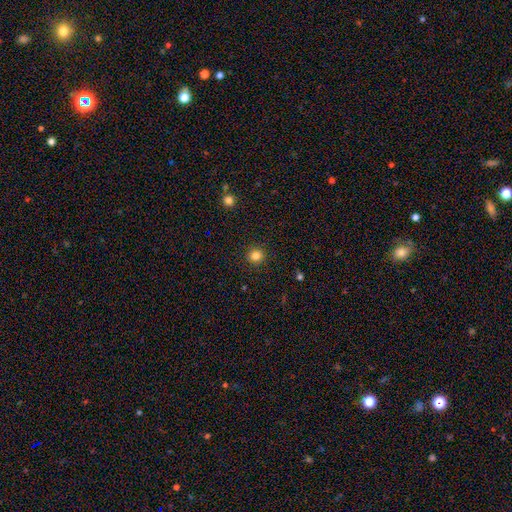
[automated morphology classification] Smooth or featured? smooth (83%)
How rounded? round (91%)
Merging? none (92%)